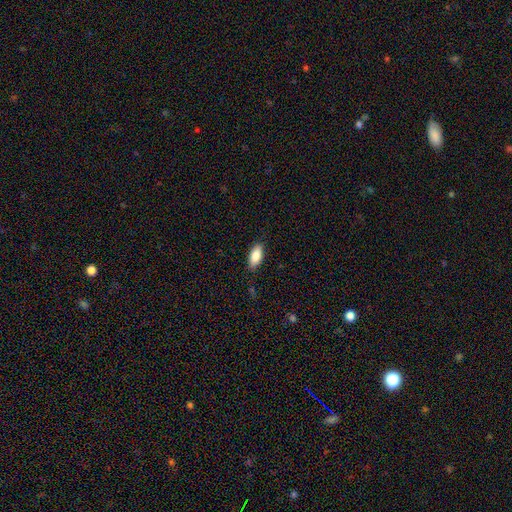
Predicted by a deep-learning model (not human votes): Morphology: type=smooth (85%); roundness=in between (86%); merging=none (87%).